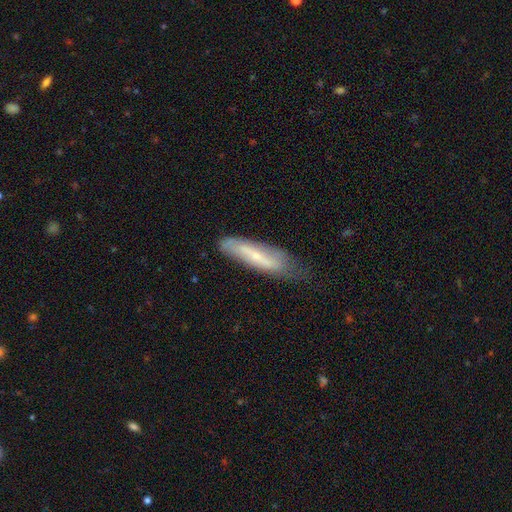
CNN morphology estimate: Smooth or featured: featured or disk — 48% (smooth — 45%)
Merging: none — 60% (minor disturbance — 30%)